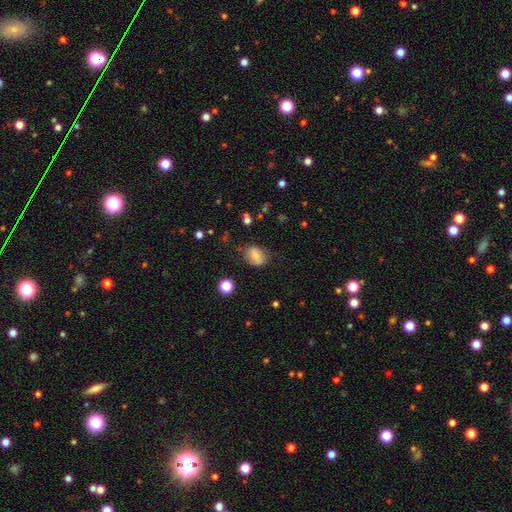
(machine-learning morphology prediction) A smooth galaxy with no disk features (73%) that is in between round and cigar-shaped (69%). Merging: none (68%).